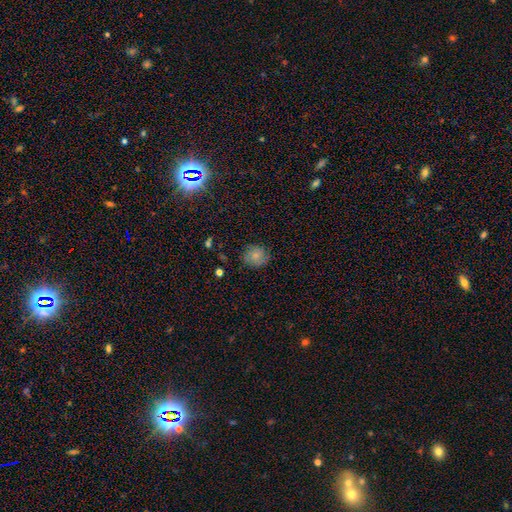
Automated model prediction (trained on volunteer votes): Smooth or featured?
  - smooth: 80% *
  - star or artifact: 10%
  - featured or disk: 10%
How rounded?
  - round: 84% *
  - in between: 15%
  - cigar-shaped: 1%
Merging?
  - none: 82% *
  - minor disturbance: 14%
  - major disturbance: 3%
  - merger: 1%